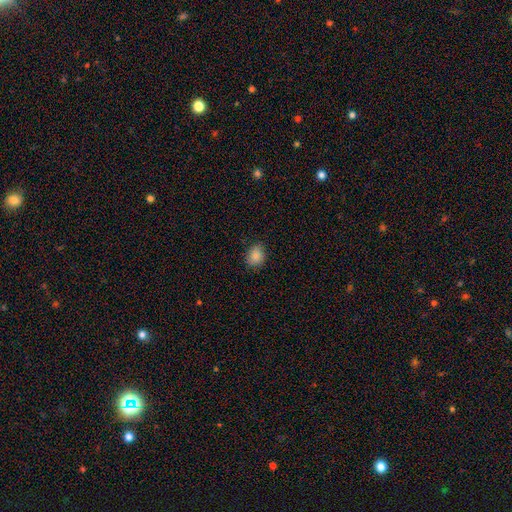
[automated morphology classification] This is clearly a smooth galaxy (87%). How rounded: possibly round (59%). Merging: clearly none (84%).